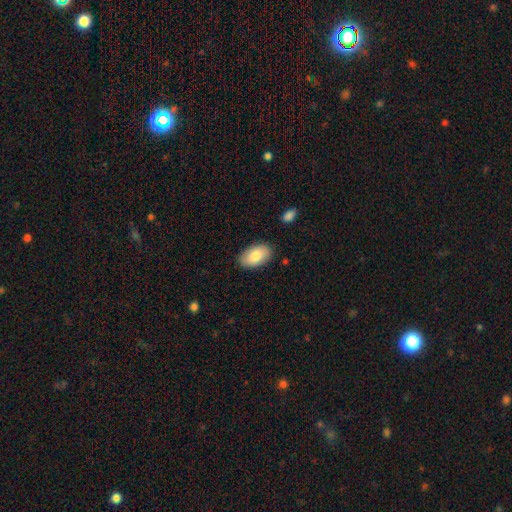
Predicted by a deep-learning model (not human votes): The model was most divided on "smooth or featured": smooth: 81%, featured or disk: 13%, star or artifact: 6%. More confident: how rounded — in between (94%); merging — none (86%).